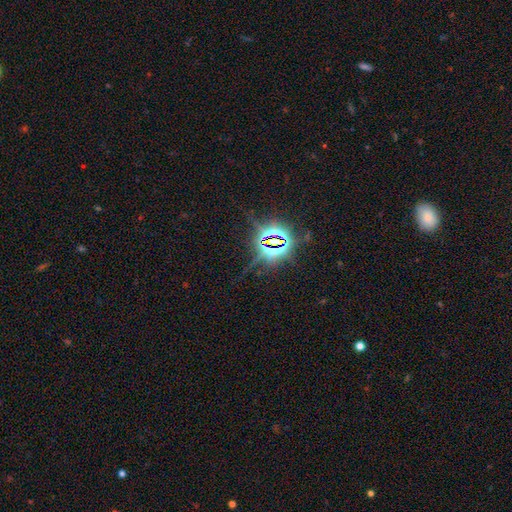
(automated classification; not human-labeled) Smooth or featured?
  - star or artifact: 83% *
  - smooth: 10%
  - featured or disk: 7%